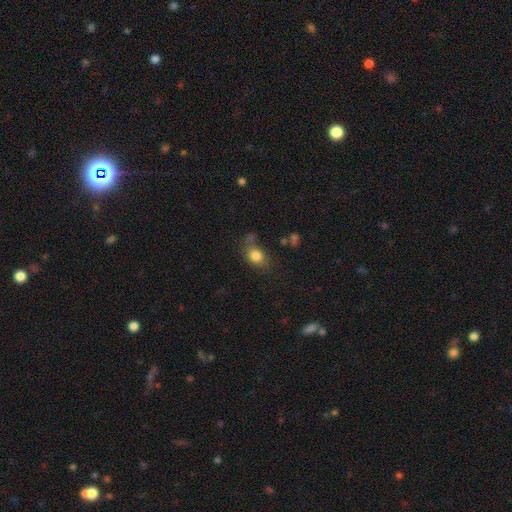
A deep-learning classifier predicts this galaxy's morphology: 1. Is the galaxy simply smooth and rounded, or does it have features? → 82% smooth, 10% star or artifact, 9% featured or disk.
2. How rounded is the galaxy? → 61% in between, 37% round, 2% cigar-shaped.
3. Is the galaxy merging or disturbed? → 56% none, 23% minor disturbance, 11% major disturbance, 9% merger.